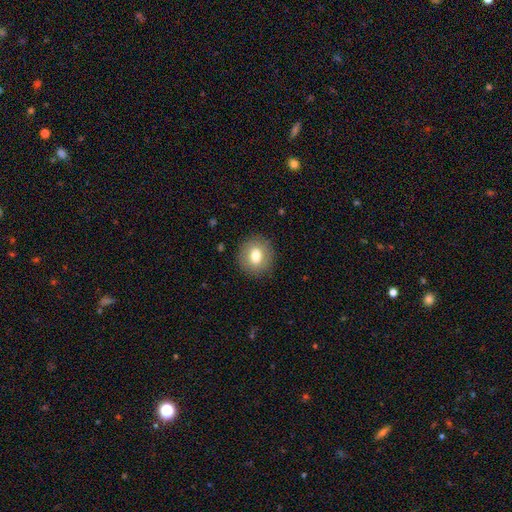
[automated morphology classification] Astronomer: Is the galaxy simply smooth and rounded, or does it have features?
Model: smooth — 75%.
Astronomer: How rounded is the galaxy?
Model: round — 75%.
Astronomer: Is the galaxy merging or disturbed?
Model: none — 88%.